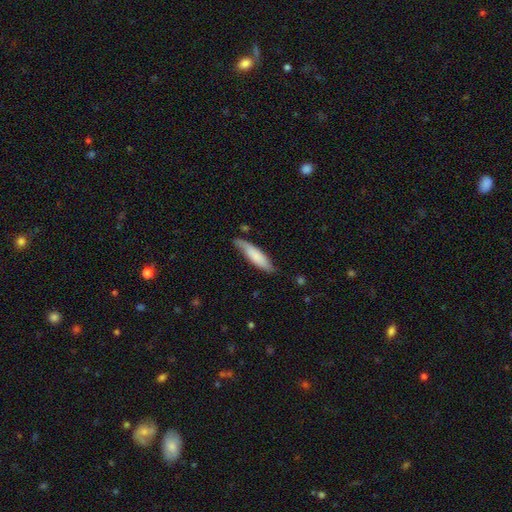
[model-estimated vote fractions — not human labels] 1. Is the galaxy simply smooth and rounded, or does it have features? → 72% smooth, 22% featured or disk, 5% star or artifact.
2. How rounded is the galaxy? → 68% cigar-shaped, 30% in between, 1% round.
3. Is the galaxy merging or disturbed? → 64% none, 28% minor disturbance, 6% major disturbance, 2% merger.